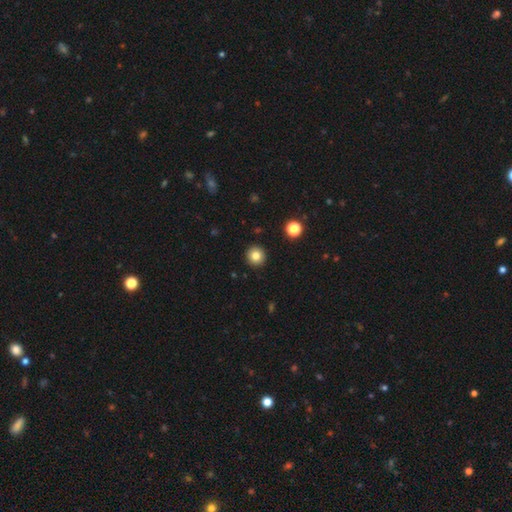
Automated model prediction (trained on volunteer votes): The model was most divided on "smooth or featured": smooth: 82%, star or artifact: 11%, featured or disk: 7%. More confident: how rounded — round (95%); merging — none (93%).